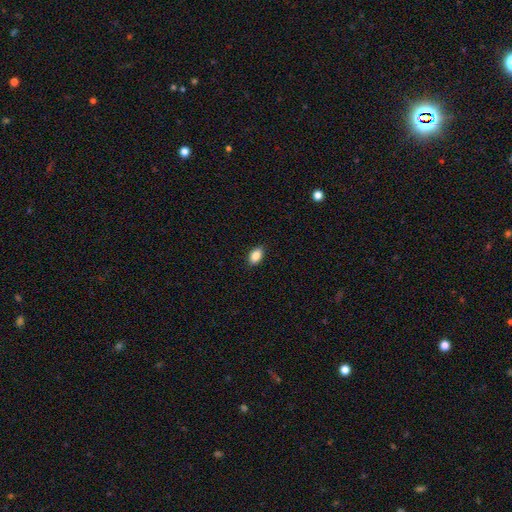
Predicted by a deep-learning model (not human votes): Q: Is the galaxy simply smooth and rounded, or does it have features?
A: smooth — 87%.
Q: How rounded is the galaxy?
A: in between — 88%.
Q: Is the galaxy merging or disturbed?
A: none — 87%.